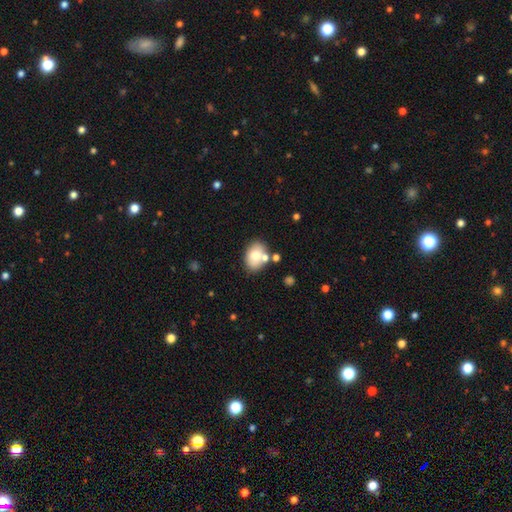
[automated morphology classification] smooth-or-featured: smooth: 73% | featured or disk: 18% | star or artifact: 9%
  how-rounded: in between: 72% | round: 27% | cigar-shaped: 1%
  merging: none: 65% | merger: 16% | minor disturbance: 15% | major disturbance: 4%